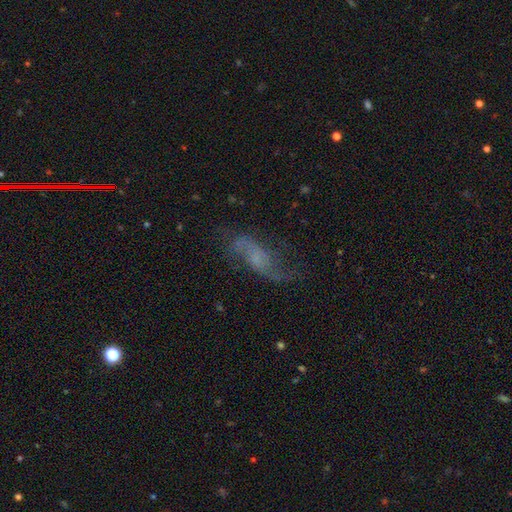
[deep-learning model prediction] smooth_or_featured: featured or disk (p=0.69) [alt: smooth p=0.19]
disk_edge_on: no (p=0.91) [alt: yes p=0.09]
bar: no (p=0.61) [alt: weak p=0.32]
has_spiral_arms: yes (p=0.87) [alt: no p=0.13]
spiral_winding: loose (p=0.74) [alt: medium p=0.20]
spiral_arm_count: 2 (p=0.85) [alt: can't tell p=0.07]
bulge_size: small (p=0.40) [alt: none p=0.39]
merging: none (p=0.61) [alt: minor disturbance p=0.20]